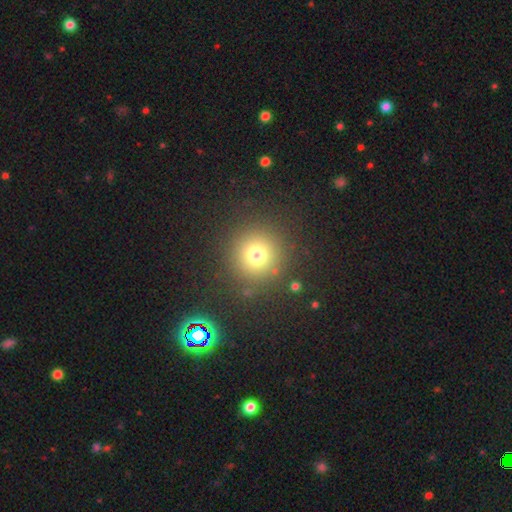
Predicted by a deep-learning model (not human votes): Overall: smooth (71%). How rounded: round (95%). Merging: none (88%).